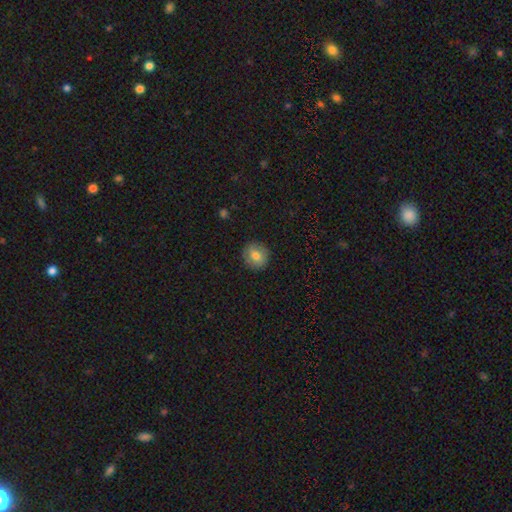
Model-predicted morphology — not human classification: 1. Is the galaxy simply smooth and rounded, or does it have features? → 74% smooth, 17% featured or disk, 9% star or artifact.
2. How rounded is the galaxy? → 89% round, 10% in between, 1% cigar-shaped.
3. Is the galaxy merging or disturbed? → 89% none, 8% minor disturbance, 2% major disturbance, 1% merger.